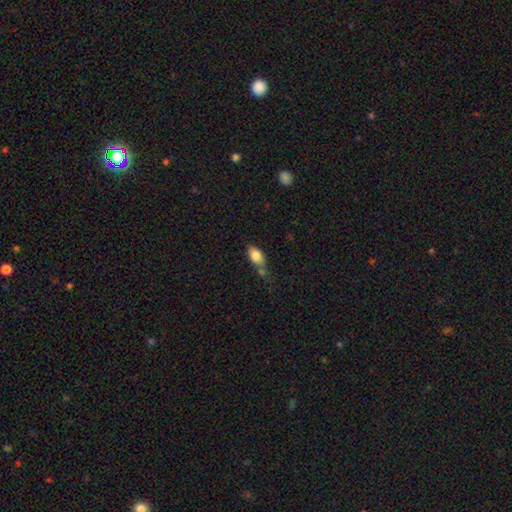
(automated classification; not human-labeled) Q: Smooth or featured?
A: smooth (81%); runner-up: featured or disk (12%)
Q: How rounded?
A: in between (87%); runner-up: round (9%)
Q: Merging?
A: none (50%); runner-up: minor disturbance (22%)